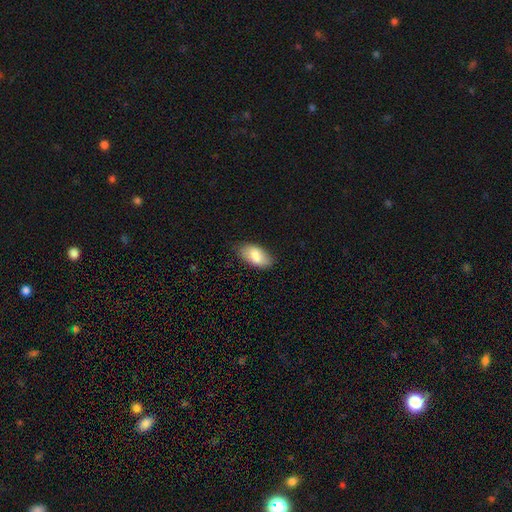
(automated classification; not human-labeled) smooth 81%, featured or disk 12%, star or artifact 6%. Down the decision tree: how rounded — in between (93%); merging — none (78%).